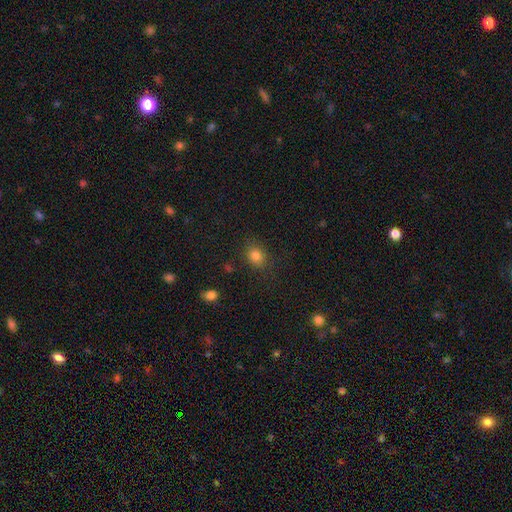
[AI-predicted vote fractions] Smooth or featured? Predicted: smooth (p=0.82). How rounded? Predicted: round (p=0.59). Merging? Predicted: none (p=0.81).